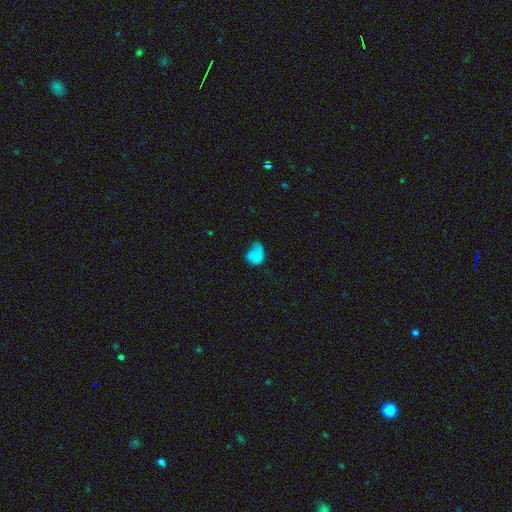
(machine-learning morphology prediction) This appears to be a smooth galaxy with no disk features (67%) that is in between round and cigar-shaped (63%). Merging: major disturbance (31%).